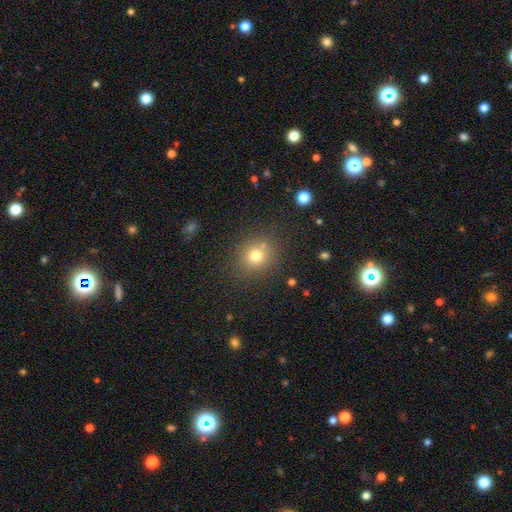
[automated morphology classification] type=smooth (74%); roundness=round (81%); merging=none (79%).